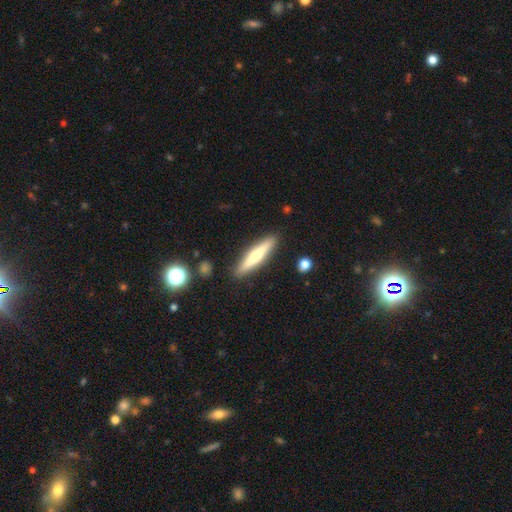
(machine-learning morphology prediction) A smooth galaxy with no disk features (49%). Merging: none (89%).